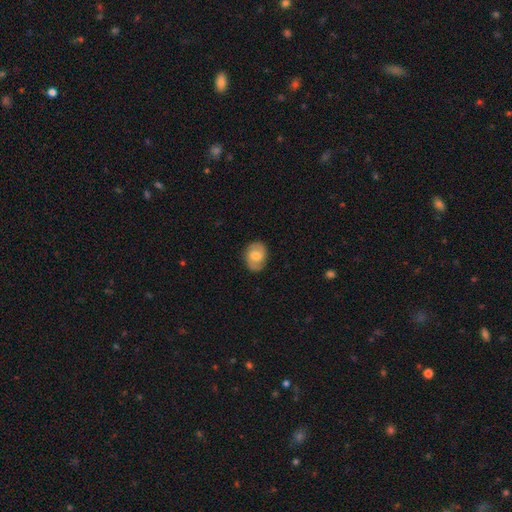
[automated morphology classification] This appears to be a featured or disk galaxy (53%) with no bar (49%), spiral arms (85%) and a moderate central bulge (60%). Merging: none (81%).